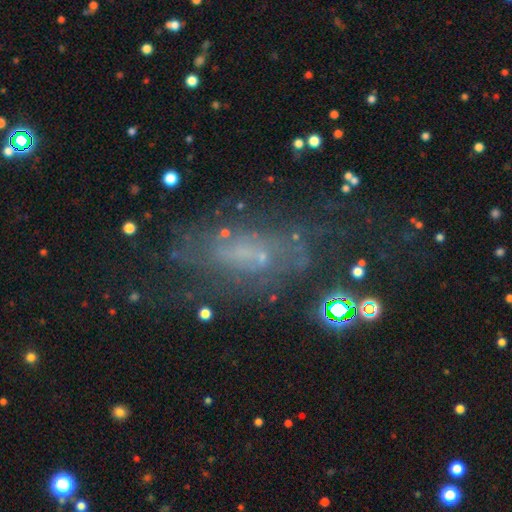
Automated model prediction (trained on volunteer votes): Overall: featured or disk (57%; smooth 25%). Edge-on disk: no (88%). Bar: no (64%; weak 27%). Spiral arms: yes (62%; no 38%). Bulge size: small (45%; none 37%). Merging: none (58%; minor disturbance 20%).